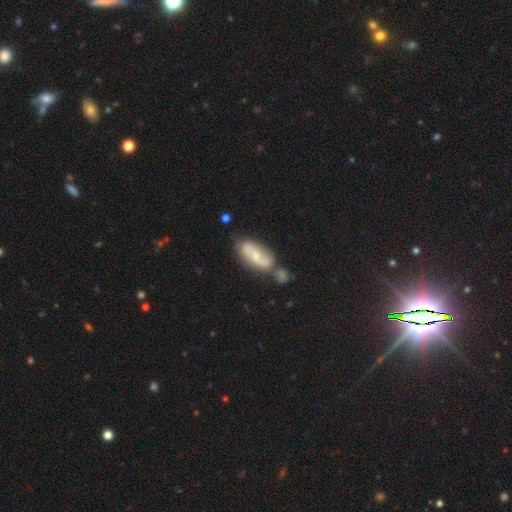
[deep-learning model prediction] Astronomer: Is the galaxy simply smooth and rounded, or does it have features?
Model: featured or disk — 57% (runner-up: smooth, 36%).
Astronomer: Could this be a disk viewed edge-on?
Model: no — 90%.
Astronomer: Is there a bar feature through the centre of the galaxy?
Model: no — 46% (runner-up: weak, 37%).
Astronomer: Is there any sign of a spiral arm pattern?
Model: yes — 81%.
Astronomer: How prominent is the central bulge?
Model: small — 55% (runner-up: moderate, 36%).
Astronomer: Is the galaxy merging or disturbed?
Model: none — 44% (runner-up: merger, 32%).